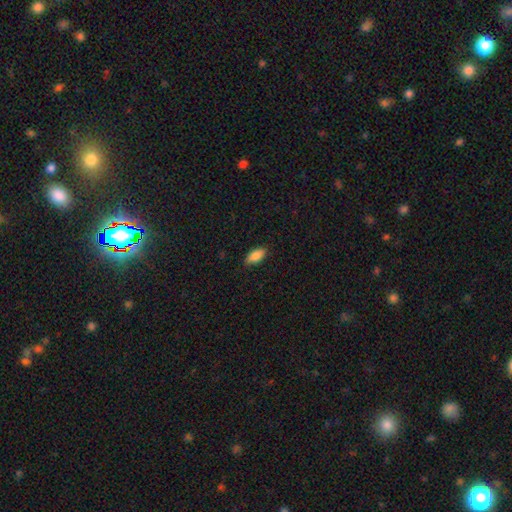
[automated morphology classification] This is clearly a smooth galaxy (87%). How rounded: clearly in between (90%). Merging: clearly none (85%).